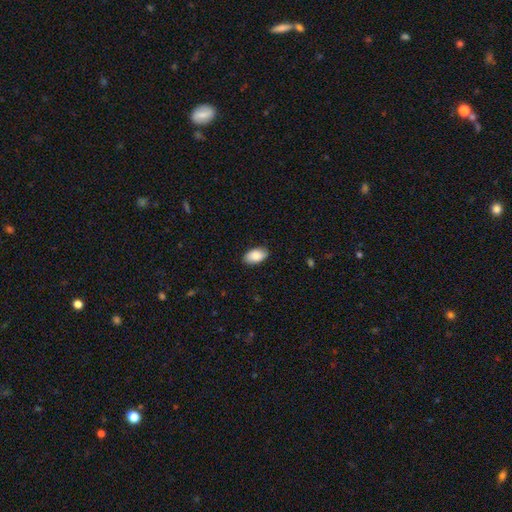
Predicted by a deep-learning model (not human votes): Smooth or featured?
  - smooth: 87% *
  - featured or disk: 7%
  - star or artifact: 6%
How rounded?
  - in between: 94% *
  - round: 4%
  - cigar-shaped: 2%
Merging?
  - none: 87% *
  - minor disturbance: 10%
  - major disturbance: 2%
  - merger: 1%